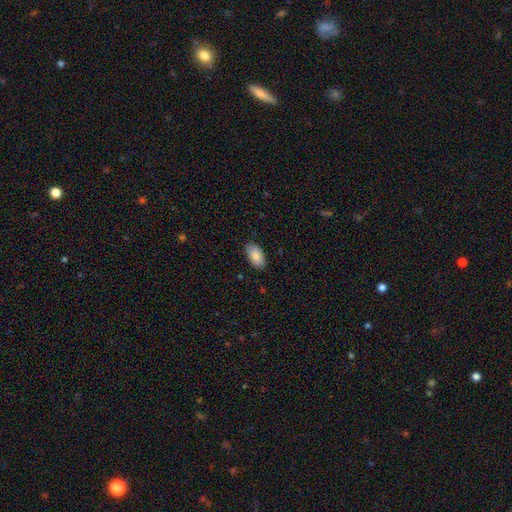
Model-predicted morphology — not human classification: Smooth or featured?
  - smooth: 87% *
  - featured or disk: 6%
  - star or artifact: 6%
How rounded?
  - in between: 95% *
  - round: 3%
  - cigar-shaped: 2%
Merging?
  - none: 86% *
  - minor disturbance: 11%
  - major disturbance: 2%
  - merger: 1%